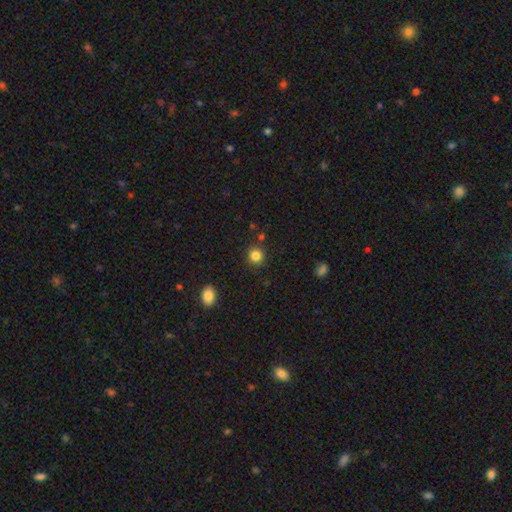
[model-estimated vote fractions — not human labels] A smooth galaxy with no disk features (84%) that is round (89%). Merging: none (87%).